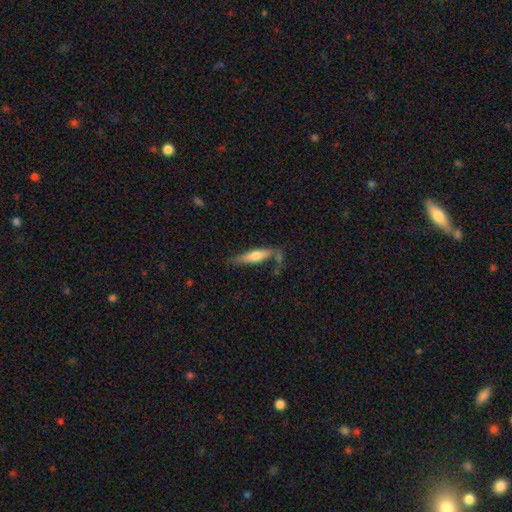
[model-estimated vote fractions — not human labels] A smooth galaxy with no disk features (54%) that is cigar-shaped (77%). Merging: none (61%).